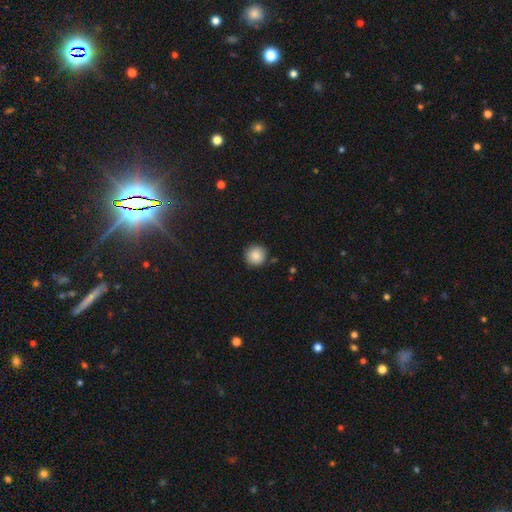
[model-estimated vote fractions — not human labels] Q: Smooth or featured?
A: smooth (87%); runner-up: star or artifact (9%)
Q: How rounded?
A: round (95%); runner-up: in between (4%)
Q: Merging?
A: none (88%); runner-up: minor disturbance (8%)